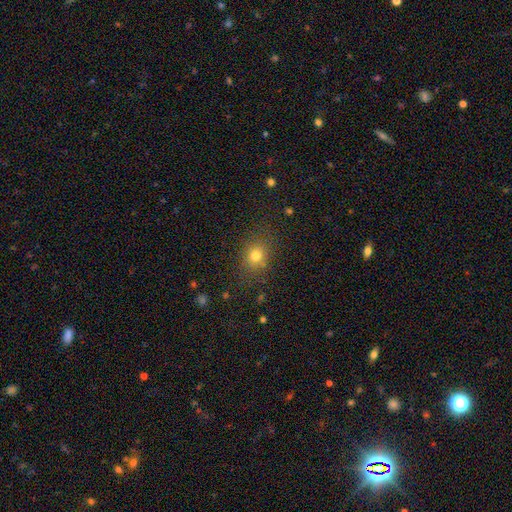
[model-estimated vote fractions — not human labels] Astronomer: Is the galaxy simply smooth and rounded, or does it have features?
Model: smooth — 78%.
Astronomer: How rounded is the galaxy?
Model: round — 62%.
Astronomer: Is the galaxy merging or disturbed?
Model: none — 81%.